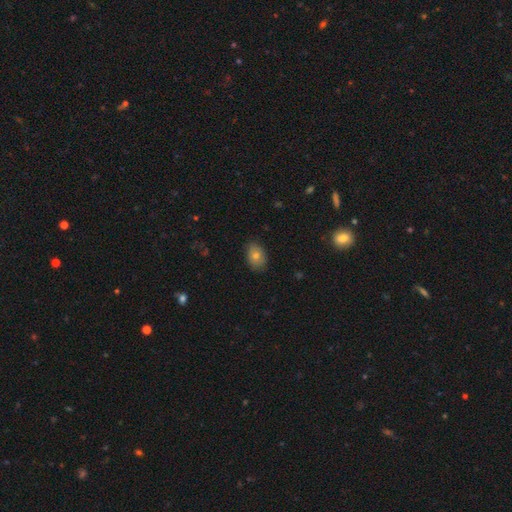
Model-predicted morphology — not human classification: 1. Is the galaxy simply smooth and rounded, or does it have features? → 74% smooth, 16% featured or disk, 11% star or artifact.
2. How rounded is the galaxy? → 76% in between, 23% round, 1% cigar-shaped.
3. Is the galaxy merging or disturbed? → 84% none, 13% minor disturbance, 2% major disturbance, 1% merger.